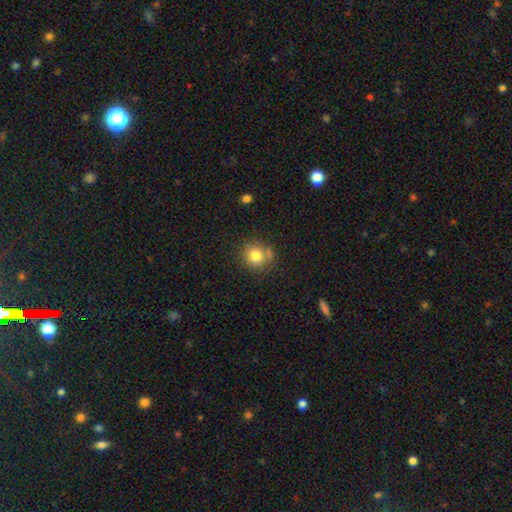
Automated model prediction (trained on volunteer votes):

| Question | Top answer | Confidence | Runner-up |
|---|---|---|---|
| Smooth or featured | smooth | 79% | star or artifact (11%) |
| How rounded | round | 87% | in between (12%) |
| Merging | none | 69% | minor disturbance (16%) |